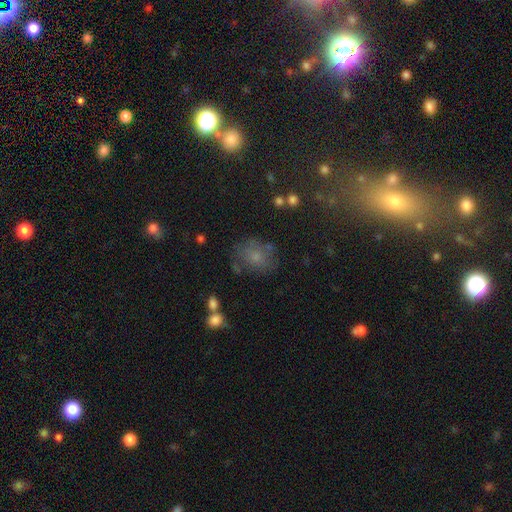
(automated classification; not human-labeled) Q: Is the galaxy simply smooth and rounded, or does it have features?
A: smooth — 67%.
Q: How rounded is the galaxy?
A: round — 53%.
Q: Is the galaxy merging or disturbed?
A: none — 65%.